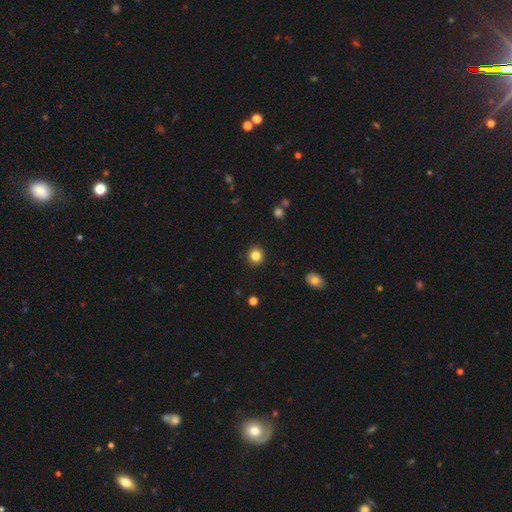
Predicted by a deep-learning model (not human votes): Smooth or featured: smooth — 84% (star or artifact — 11%)
How rounded: round — 92% (in between — 7%)
Merging: none — 92% (minor disturbance — 5%)